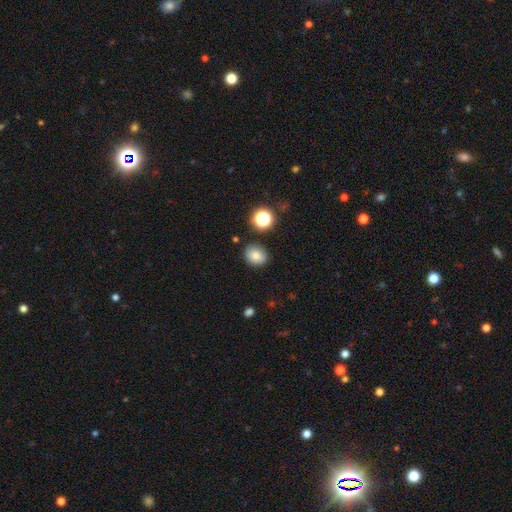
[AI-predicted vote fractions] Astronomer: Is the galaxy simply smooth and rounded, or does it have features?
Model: smooth — 81%.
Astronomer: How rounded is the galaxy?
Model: round — 58% (runner-up: in between, 41%).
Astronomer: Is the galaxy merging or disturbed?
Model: none — 85%.